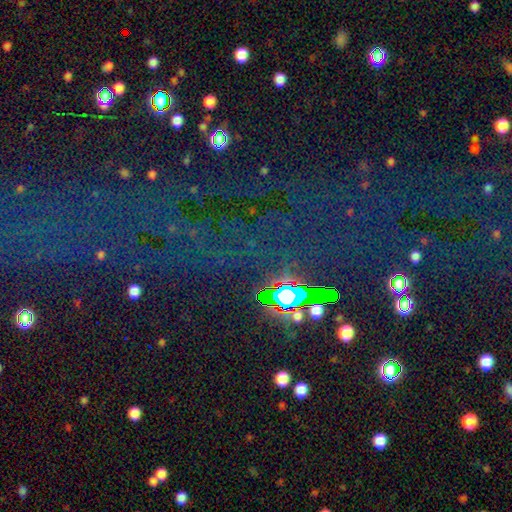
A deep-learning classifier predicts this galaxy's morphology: Q: Smooth or featured?
A: star or artifact (79%); runner-up: smooth (12%)